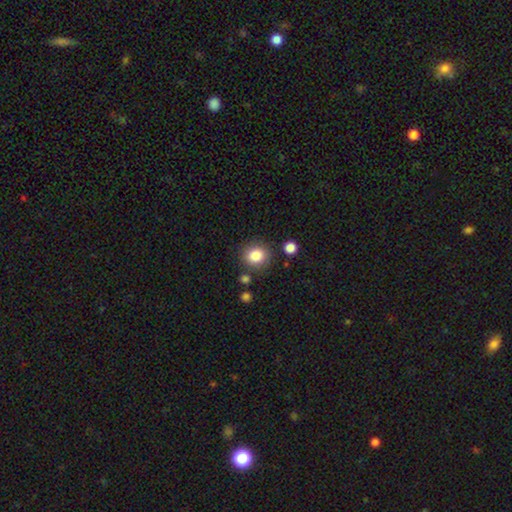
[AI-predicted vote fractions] Smooth or featured: smooth — 85% (star or artifact — 10%)
How rounded: round — 80% (in between — 19%)
Merging: none — 82% (minor disturbance — 10%)